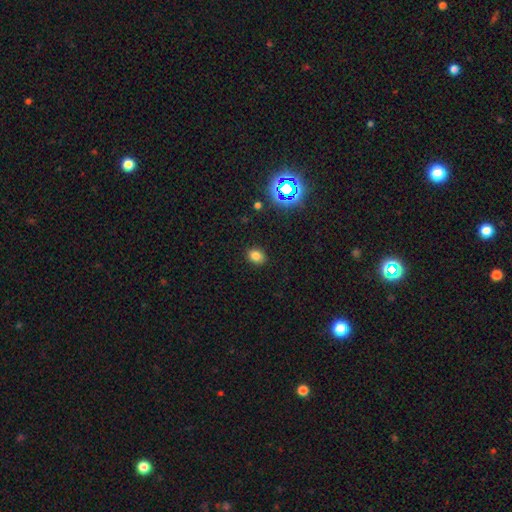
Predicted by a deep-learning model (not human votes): This is likely a smooth galaxy (78%). How rounded: possibly in between (54%). Merging: clearly none (88%).